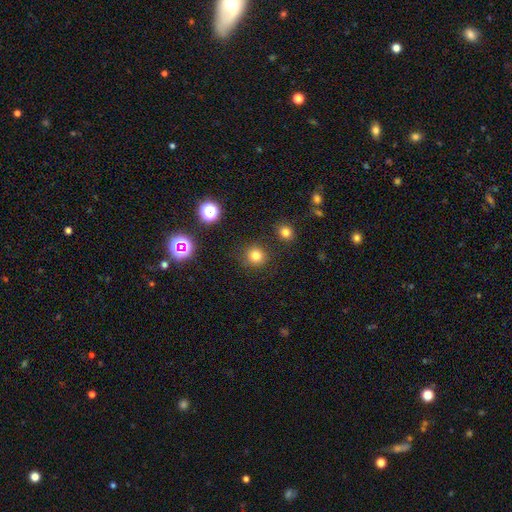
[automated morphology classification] smooth-or-featured: smooth: 78% | star or artifact: 16% | featured or disk: 6%
  how-rounded: round: 92% | in between: 7% | cigar-shaped: 1%
  merging: none: 87% | minor disturbance: 7% | merger: 3% | major disturbance: 3%